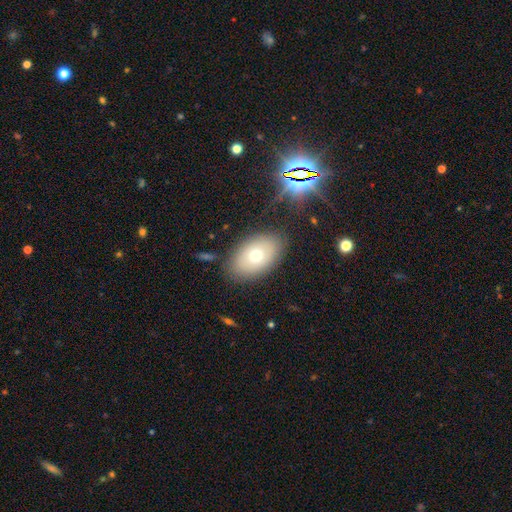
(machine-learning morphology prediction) This is likely a smooth galaxy (66%). How rounded: clearly in between (88%). Merging: clearly none (83%).